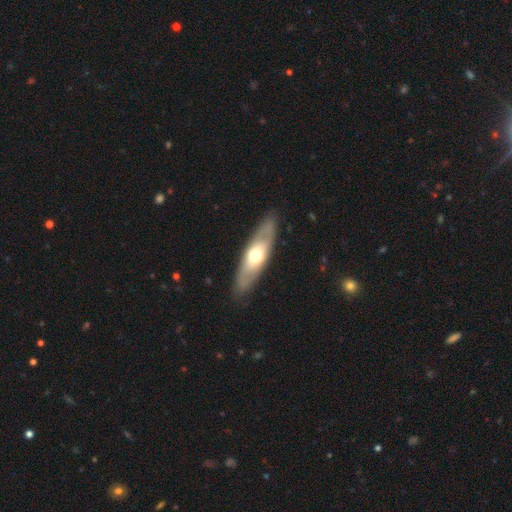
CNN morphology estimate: featured or disk 49%, smooth 46%, star or artifact 5%. Down the decision tree: merging — none (86%).